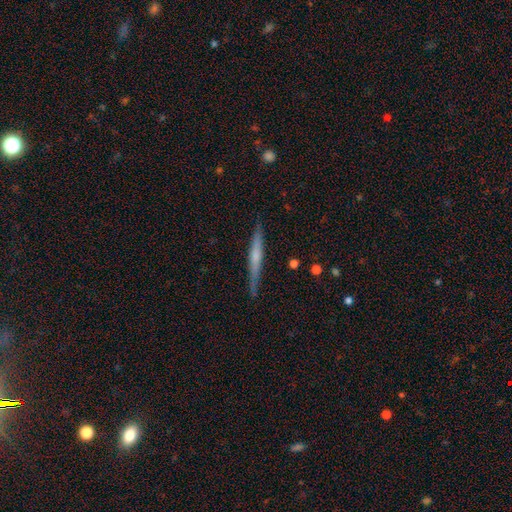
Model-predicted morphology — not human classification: Q: Smooth or featured?
A: featured or disk (54%); runner-up: smooth (41%)
Q: Edge-on disk?
A: yes (97%); runner-up: no (3%)
Q: Edge-on bulge?
A: none (51%); runner-up: rounded (39%)
Q: Merging?
A: none (87%); runner-up: minor disturbance (10%)